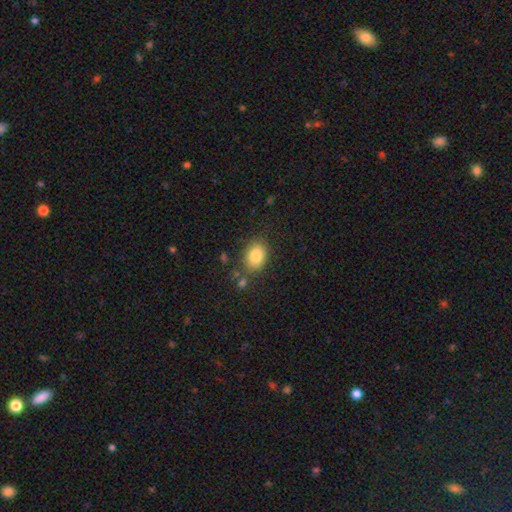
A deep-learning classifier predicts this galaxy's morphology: This appears to be a smooth galaxy with no disk features (84%) that is in between round and cigar-shaped (75%). Merging: none (78%).